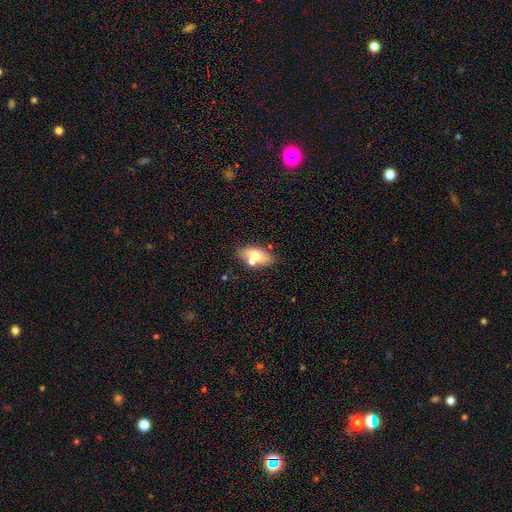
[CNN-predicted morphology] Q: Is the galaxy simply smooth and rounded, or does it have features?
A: smooth — 65%.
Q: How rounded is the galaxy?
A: in between — 85%.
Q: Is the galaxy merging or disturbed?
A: none — 62%.